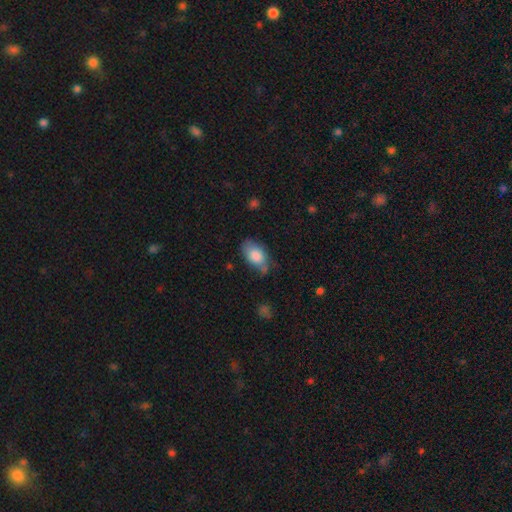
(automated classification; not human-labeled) Overall: smooth (80%). How rounded: in between (91%). Merging: none (55%; minor disturbance 33%).